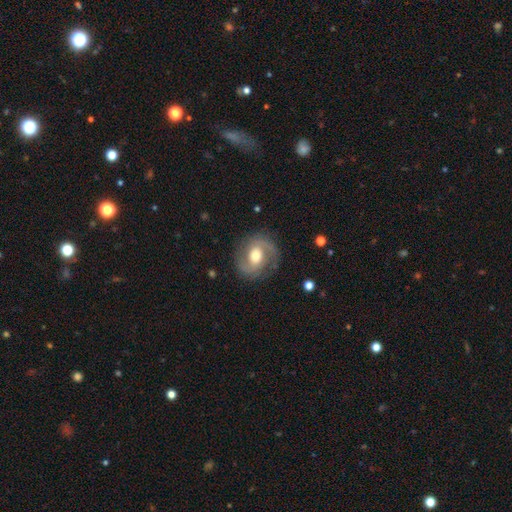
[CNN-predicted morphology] smooth-or-featured: featured or disk: 79% | smooth: 15% | star or artifact: 6%
  disk-edge-on: no: 98% | yes: 2%
    bar: no: 47% | weak: 40% | strong: 13%
    has-spiral-arms: yes: 92% | no: 8%
      spiral-winding: medium: 54% | tight: 26% | loose: 20%
      spiral-arm-count: 2: 91% | can't tell: 4% | 1: 2% | 3: 1% | 4: 1% | more than 4: 1%
    bulge-size: moderate: 68% | large: 18% | small: 11% | dominant: 2% | none: 1%
  merging: none: 83% | minor disturbance: 11% | major disturbance: 5% | merger: 1%